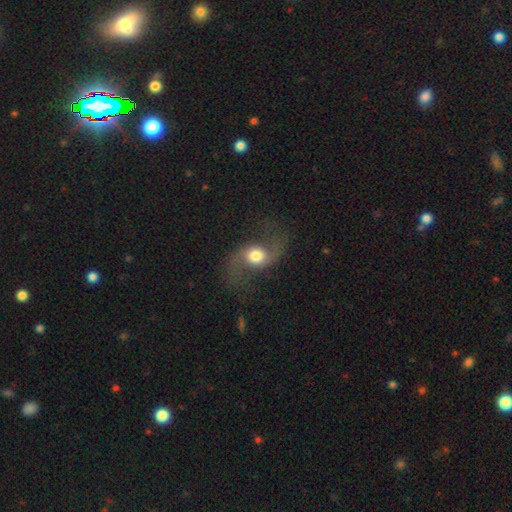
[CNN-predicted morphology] smooth_or_featured: featured or disk (p=0.72) [alt: smooth p=0.20]
disk_edge_on: no (p=0.95) [alt: yes p=0.05]
bar: no (p=0.62) [alt: weak p=0.29]
has_spiral_arms: yes (p=0.91) [alt: no p=0.09]
spiral_winding: loose (p=0.83) [alt: medium p=0.14]
spiral_arm_count: 2 (p=0.94) [alt: 1 p=0.02]
bulge_size: moderate (p=0.43) [alt: large p=0.38]
merging: none (p=0.65) [alt: major disturbance p=0.17]